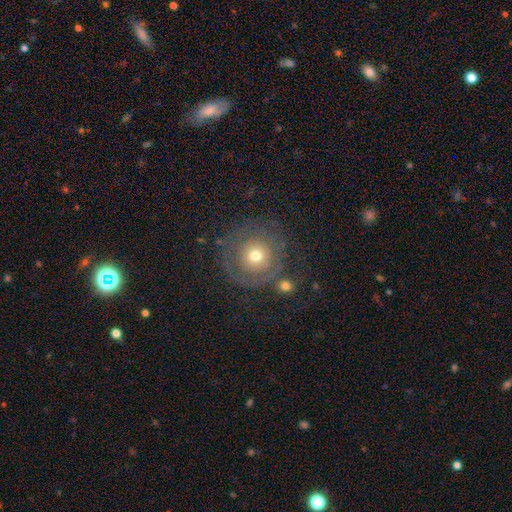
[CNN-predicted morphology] The model was most divided on "smooth or featured": smooth: 50%, featured or disk: 38%, star or artifact: 12%. More confident: how rounded — round (93%); merging — none (67%).